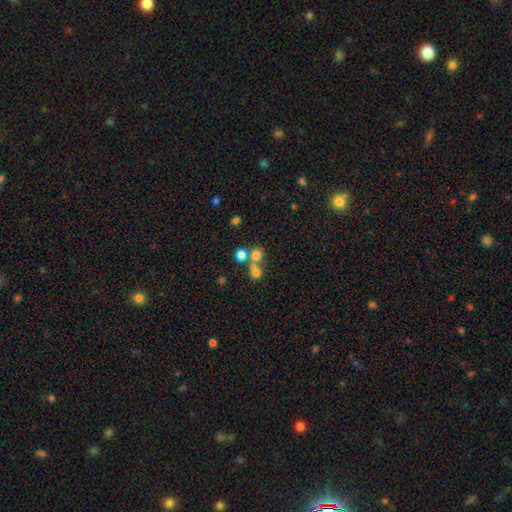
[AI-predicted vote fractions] This is likely a smooth galaxy (69%). How rounded: clearly round (83%). Merging: possibly none (47%).